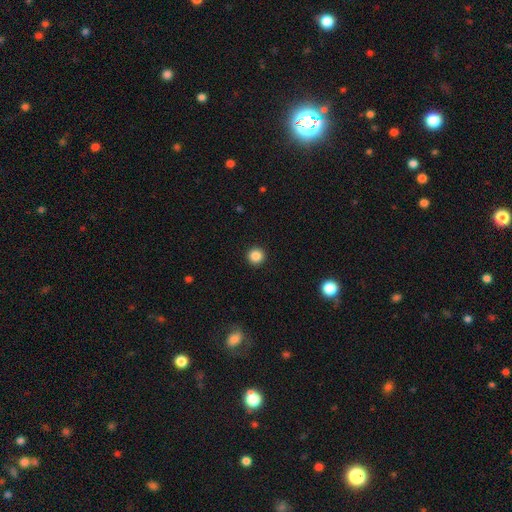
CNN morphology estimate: smooth_or_featured: smooth (p=0.86) [alt: star or artifact p=0.11]
how_rounded: round (p=0.96) [alt: in between p=0.03]
merging: none (p=0.94) [alt: minor disturbance p=0.04]